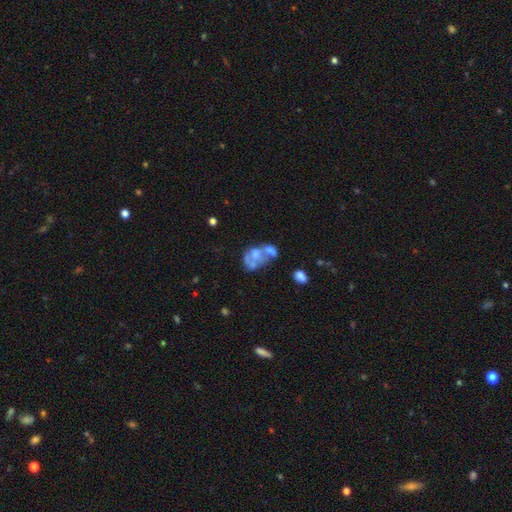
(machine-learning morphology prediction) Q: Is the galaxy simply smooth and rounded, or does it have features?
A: featured or disk — 55%.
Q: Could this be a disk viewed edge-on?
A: no — 98%.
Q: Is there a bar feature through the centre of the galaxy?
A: no — 90%.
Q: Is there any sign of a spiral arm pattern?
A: no — 88%.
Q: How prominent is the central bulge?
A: none — 42%.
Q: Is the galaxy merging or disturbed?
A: merger — 54%.